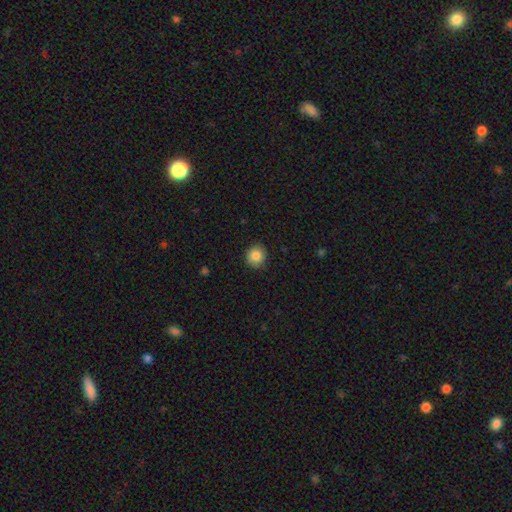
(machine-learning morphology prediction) type=smooth (85%); roundness=round (89%); merging=none (89%).